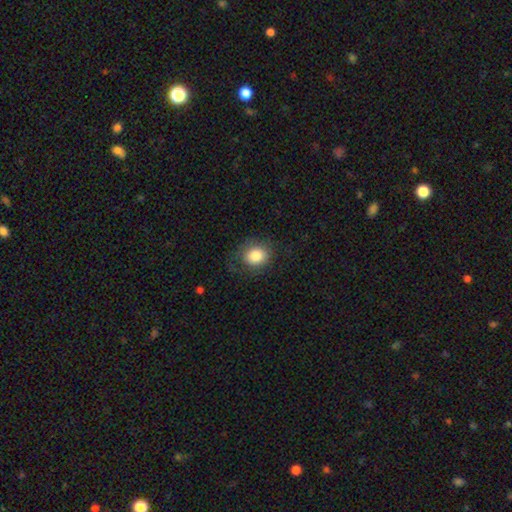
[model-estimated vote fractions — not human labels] smooth 82%, featured or disk 10%, star or artifact 8%. Down the decision tree: how rounded — round (64%); merging — none (71%).